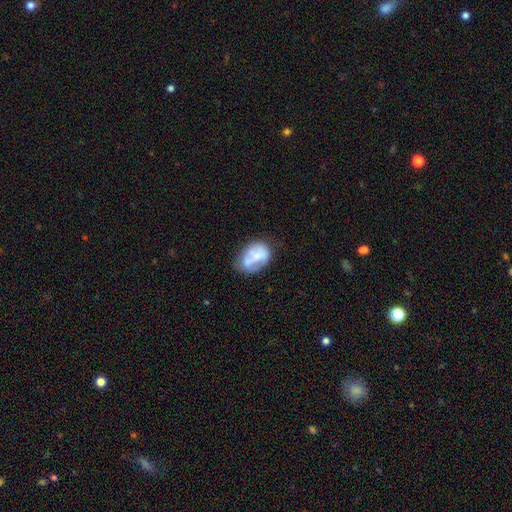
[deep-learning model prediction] Morphology: type=smooth (50%); roundness=in between (75%); merging=none (43%).